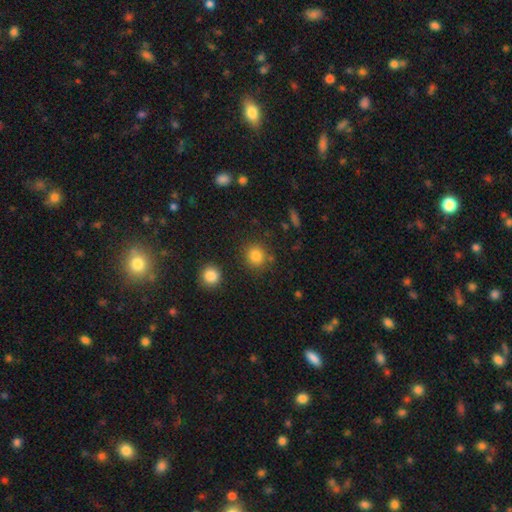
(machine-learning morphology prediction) smooth-or-featured: smooth: 83% | star or artifact: 11% | featured or disk: 5%
  how-rounded: round: 86% | in between: 13% | cigar-shaped: 1%
  merging: none: 82% | minor disturbance: 9% | merger: 5% | major disturbance: 4%